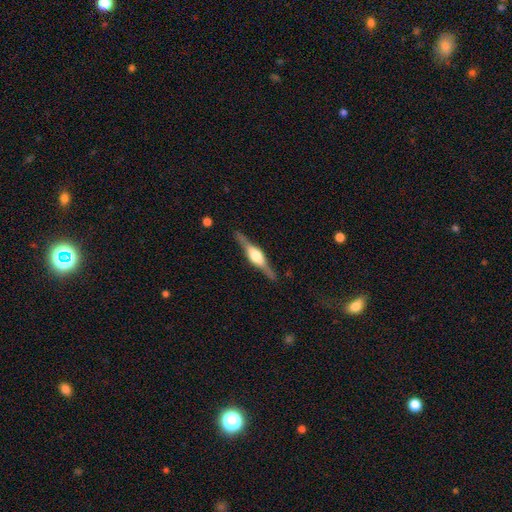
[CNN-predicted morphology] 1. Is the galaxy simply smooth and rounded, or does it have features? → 81% featured or disk, 14% smooth, 5% star or artifact.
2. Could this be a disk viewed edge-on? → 98% yes, 2% no.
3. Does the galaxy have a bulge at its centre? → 85% rounded, 13% boxy, 2% none.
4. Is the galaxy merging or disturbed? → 88% none, 9% minor disturbance, 2% major disturbance, 1% merger.